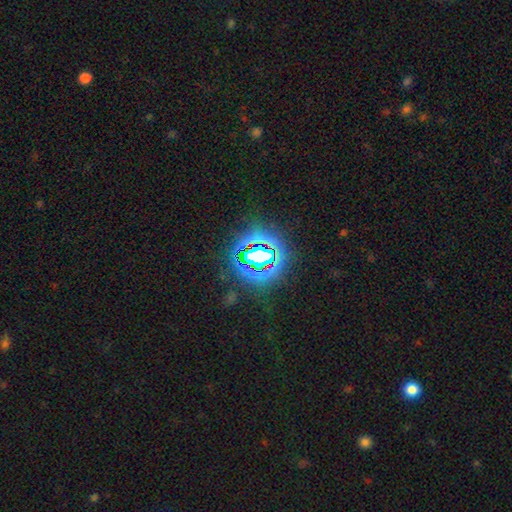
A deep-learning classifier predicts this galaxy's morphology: Q: Smooth or featured?
A: star or artifact (81%); runner-up: smooth (11%)